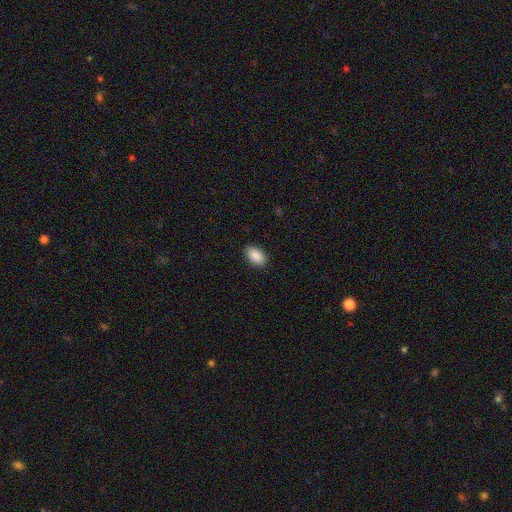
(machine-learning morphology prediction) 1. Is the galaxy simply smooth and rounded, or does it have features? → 90% smooth, 7% star or artifact, 3% featured or disk.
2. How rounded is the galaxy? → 93% in between, 5% round, 2% cigar-shaped.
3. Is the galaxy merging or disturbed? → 89% none, 8% minor disturbance, 2% major disturbance, 1% merger.